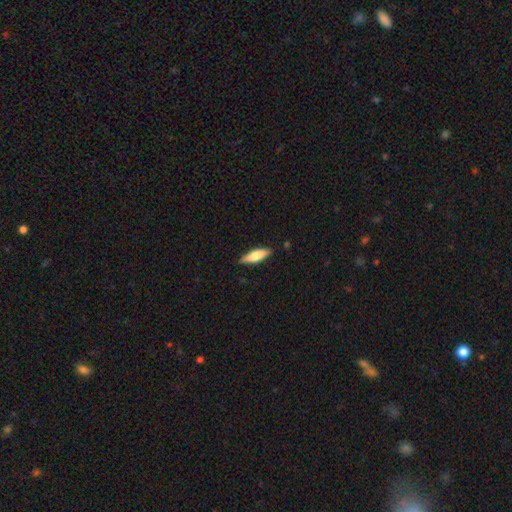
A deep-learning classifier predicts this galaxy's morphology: Q: Smooth or featured?
A: smooth (66%); runner-up: featured or disk (29%)
Q: How rounded?
A: cigar-shaped (56%); runner-up: in between (42%)
Q: Merging?
A: none (87%); runner-up: minor disturbance (10%)